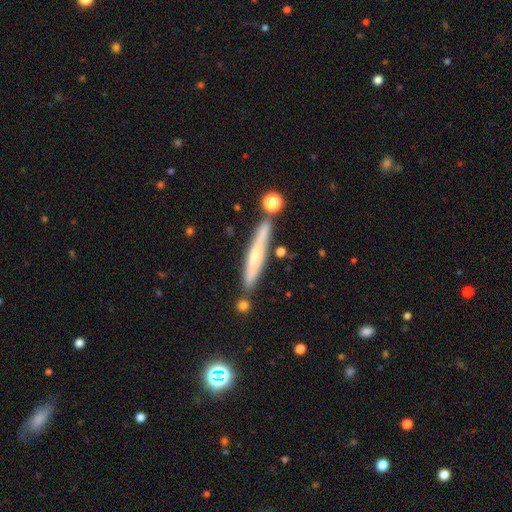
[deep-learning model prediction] This is possibly a featured or disk galaxy (49%). Merging: likely none (77%).